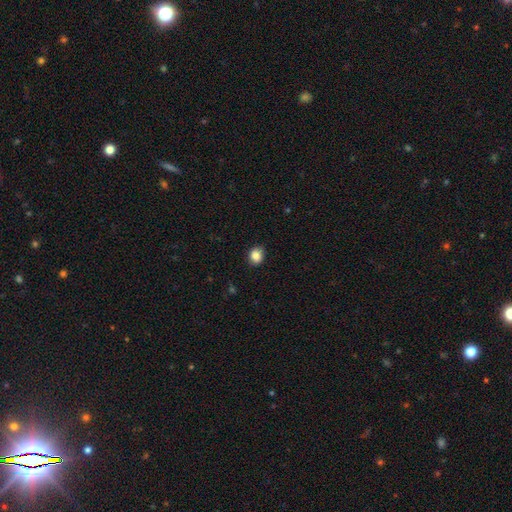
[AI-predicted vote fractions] A smooth galaxy with no disk features (85%) that is round (55%). Merging: none (80%).